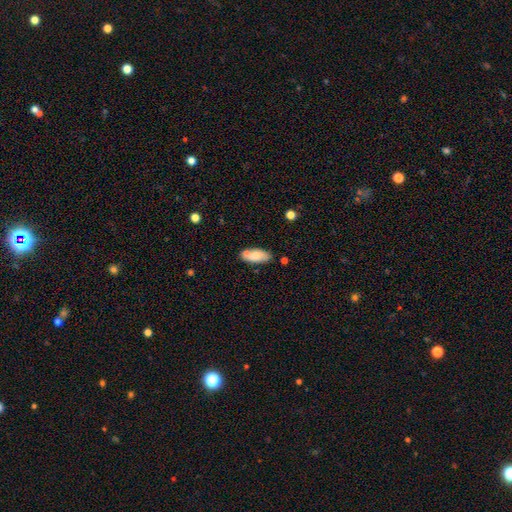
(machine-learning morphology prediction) A smooth galaxy with no disk features (77%) that is in between round and cigar-shaped (79%). Merging: none (67%).